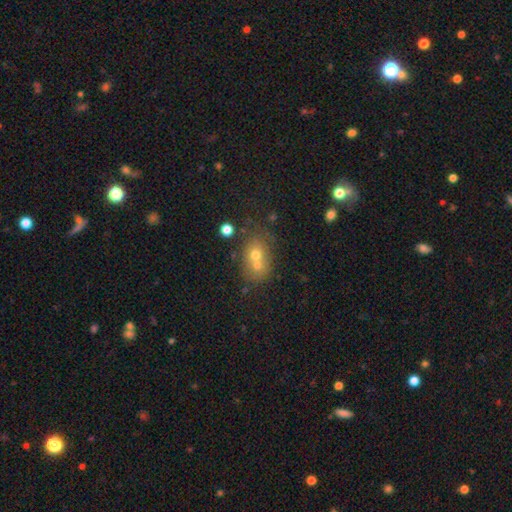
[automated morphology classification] Smooth or featured? smooth (60%)
How rounded? round (53%)
Merging? merger (56%)